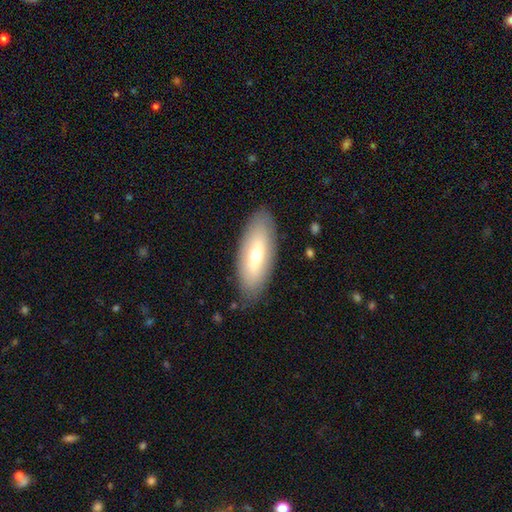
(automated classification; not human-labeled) This is possibly a smooth galaxy (59%). How rounded: likely in between (75%). Merging: clearly none (85%).